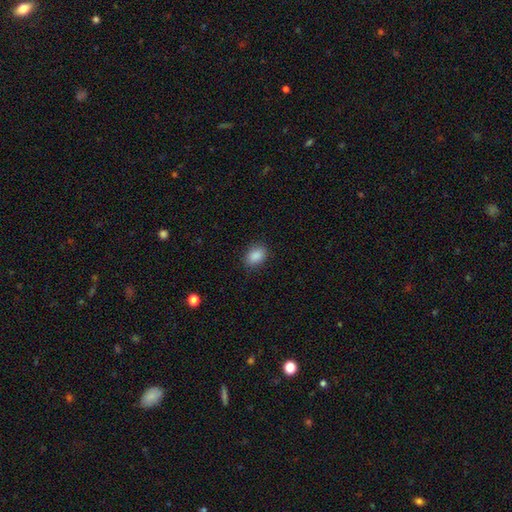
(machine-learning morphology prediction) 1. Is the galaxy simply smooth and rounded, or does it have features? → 88% smooth, 8% star or artifact, 4% featured or disk.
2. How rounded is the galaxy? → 83% in between, 15% round, 1% cigar-shaped.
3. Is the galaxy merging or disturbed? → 85% none, 11% minor disturbance, 3% major disturbance, 1% merger.